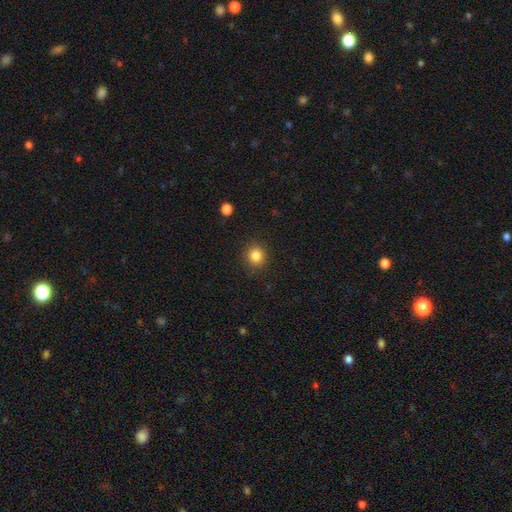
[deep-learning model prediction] The model was most divided on "smooth or featured": smooth: 84%, star or artifact: 11%, featured or disk: 5%. More confident: how rounded — round (90%); merging — none (89%).